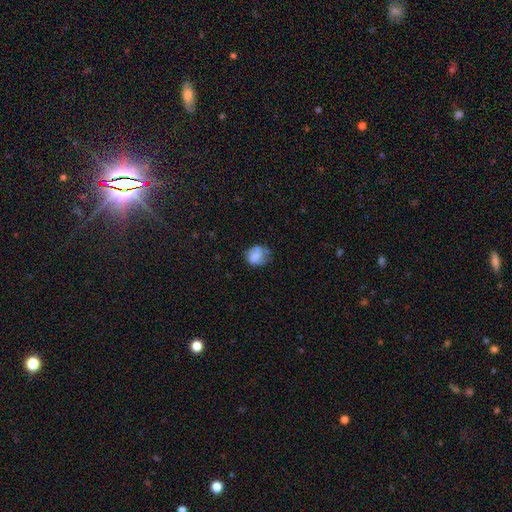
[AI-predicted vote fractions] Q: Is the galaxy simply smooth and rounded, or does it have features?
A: smooth — 70%.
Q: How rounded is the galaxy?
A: round — 61%.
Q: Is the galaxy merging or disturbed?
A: none — 51%.